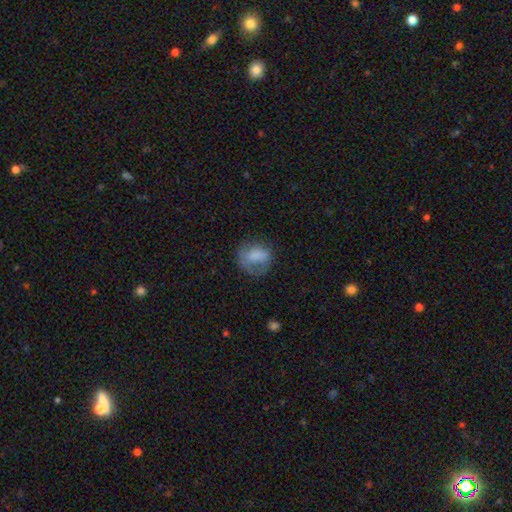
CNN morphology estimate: type=smooth (71%); roundness=round (63%); merging=none (50%).